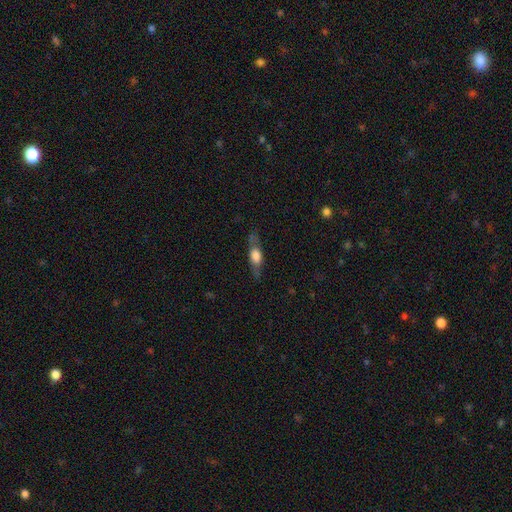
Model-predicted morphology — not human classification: Smooth or featured?
  - smooth: 47% *
  - featured or disk: 46%
  - star or artifact: 7%
Merging?
  - none: 73% *
  - minor disturbance: 17%
  - major disturbance: 7%
  - merger: 2%